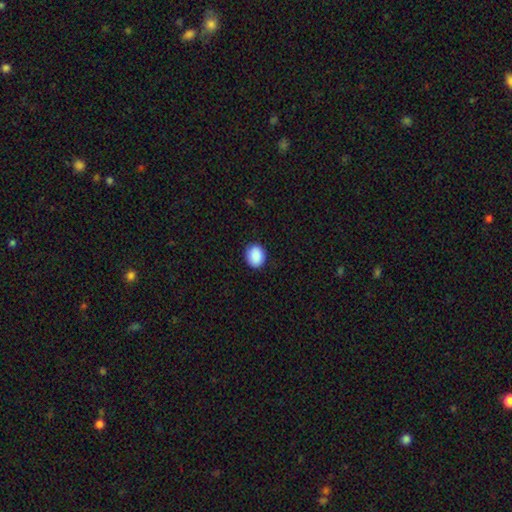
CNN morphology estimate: A smooth galaxy with no disk features (90%) that is round (57%).

Vote fractions:
- Smooth or featured? smooth: 90% / star or artifact: 7% / featured or disk: 3%
- How rounded? round: 57% / in between: 42% / cigar-shaped: 1%
- Merging? none: 90% / minor disturbance: 7% / major disturbance: 2% / merger: 1%